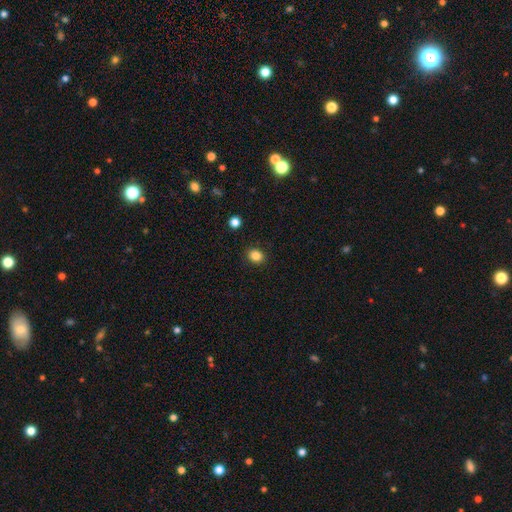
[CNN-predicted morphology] Overall: smooth (85%). How rounded: round (58%; in between 41%). Merging: none (89%).